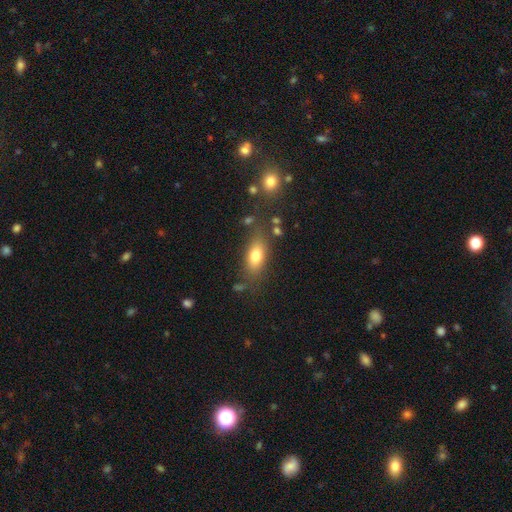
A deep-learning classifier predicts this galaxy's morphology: Smooth or featured: smooth — 77% (featured or disk — 15%)
How rounded: in between — 81% (cigar-shaped — 11%)
Merging: none — 73% (minor disturbance — 16%)